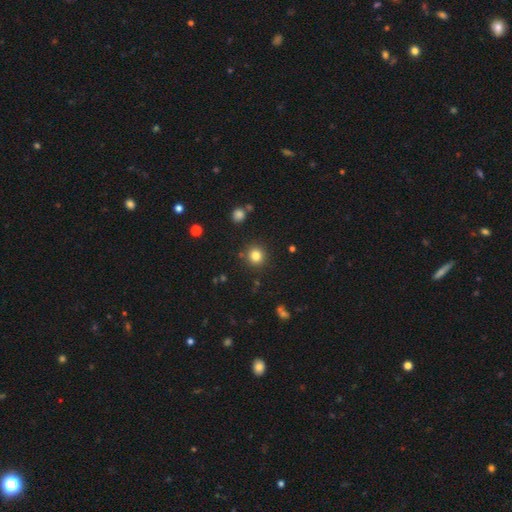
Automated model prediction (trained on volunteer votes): smooth_or_featured: smooth (p=0.82) [alt: star or artifact p=0.13]
how_rounded: round (p=0.91) [alt: in between p=0.08]
merging: none (p=0.88) [alt: minor disturbance p=0.07]